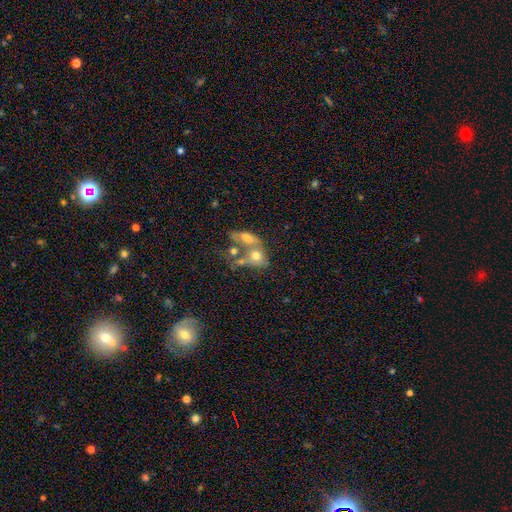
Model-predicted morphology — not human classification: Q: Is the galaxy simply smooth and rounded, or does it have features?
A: smooth — 56%.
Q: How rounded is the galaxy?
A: in between — 56%.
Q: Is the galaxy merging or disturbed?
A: merger — 66%.